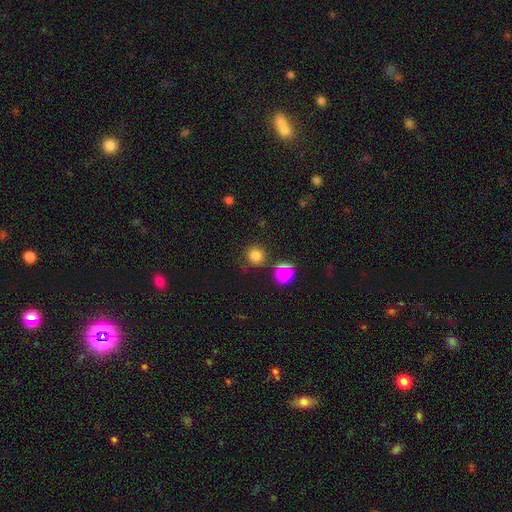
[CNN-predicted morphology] This is likely a smooth galaxy (77%). How rounded: clearly round (92%). Merging: likely none (80%).